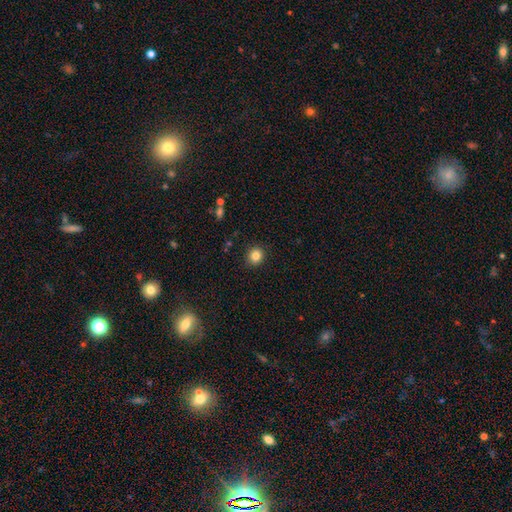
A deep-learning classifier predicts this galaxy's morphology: A smooth galaxy with no disk features (84%) that is round (81%). Merging: none (90%).